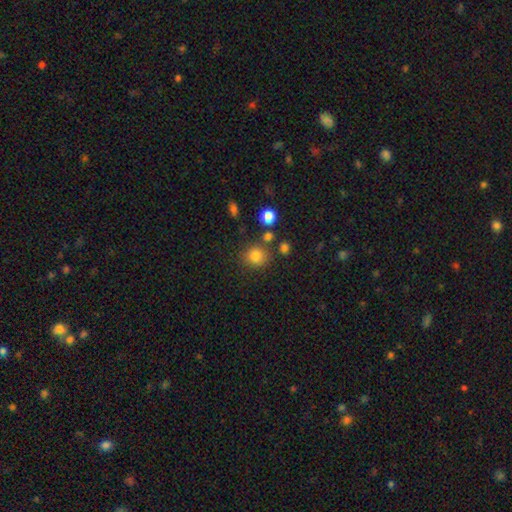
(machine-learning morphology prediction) A smooth galaxy with no disk features (81%) that is round (86%). Merging: none (78%).